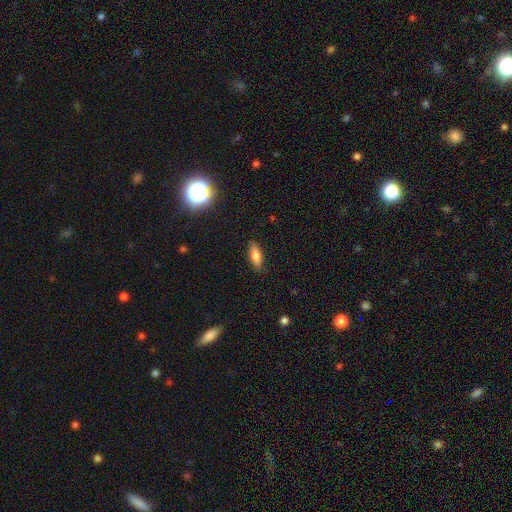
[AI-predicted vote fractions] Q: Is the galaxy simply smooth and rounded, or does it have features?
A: smooth — 72%.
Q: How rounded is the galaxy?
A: in between — 54%.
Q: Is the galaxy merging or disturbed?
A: none — 86%.